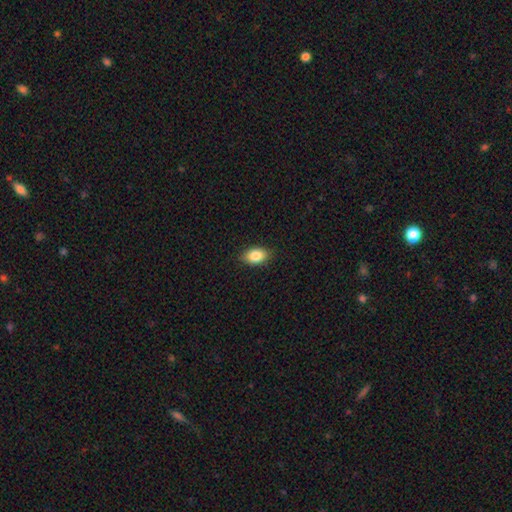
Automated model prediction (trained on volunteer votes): Smooth or featured?
  - smooth: 86% *
  - star or artifact: 8%
  - featured or disk: 6%
How rounded?
  - in between: 87% *
  - round: 11%
  - cigar-shaped: 2%
Merging?
  - none: 87% *
  - minor disturbance: 10%
  - major disturbance: 2%
  - merger: 1%